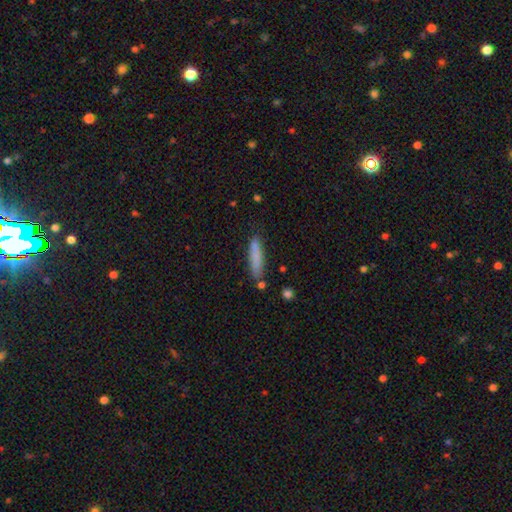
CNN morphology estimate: Smooth or featured?
  - smooth: 81% *
  - featured or disk: 12%
  - star or artifact: 7%
How rounded?
  - cigar-shaped: 84% *
  - in between: 14%
  - round: 1%
Merging?
  - none: 78% *
  - minor disturbance: 15%
  - merger: 4%
  - major disturbance: 3%